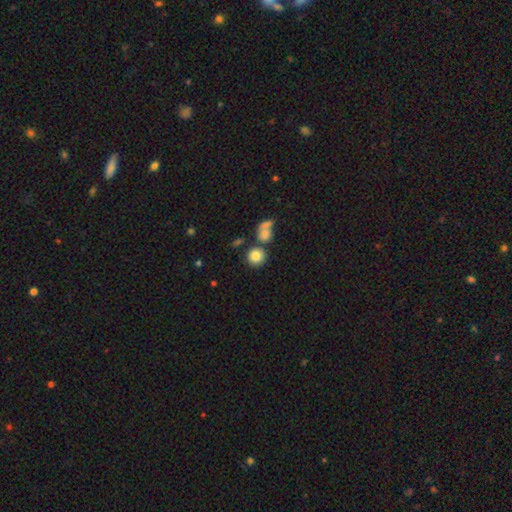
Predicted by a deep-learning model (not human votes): Smooth or featured? Predicted: smooth (p=0.81). How rounded? Predicted: round (p=0.88). Merging? Predicted: none (p=0.69).